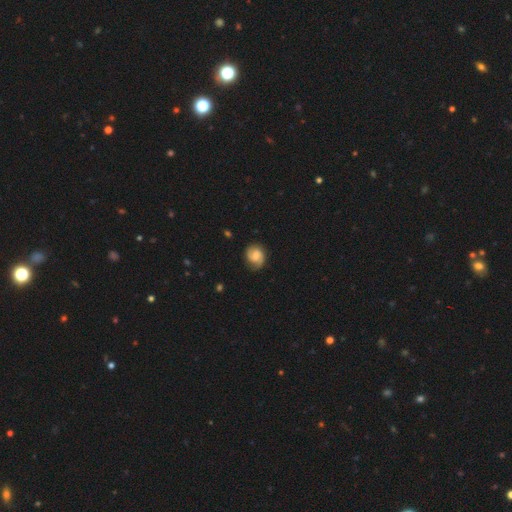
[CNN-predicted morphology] Smooth or featured? featured or disk (62%)
Edge-on disk? no (98%)
Bar? no (54%)
Spiral arms? yes (93%)
Spiral winding? medium (43%)
Spiral arm count? 2 (78%)
Bulge size? moderate (51%)
Merging? none (75%)